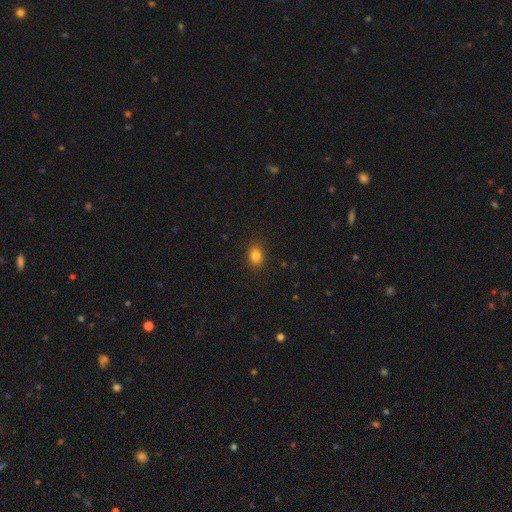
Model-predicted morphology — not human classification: Smooth or featured?
  - smooth: 83% *
  - star or artifact: 11%
  - featured or disk: 6%
How rounded?
  - in between: 67% *
  - round: 32%
  - cigar-shaped: 1%
Merging?
  - none: 89% *
  - minor disturbance: 8%
  - major disturbance: 2%
  - merger: 1%